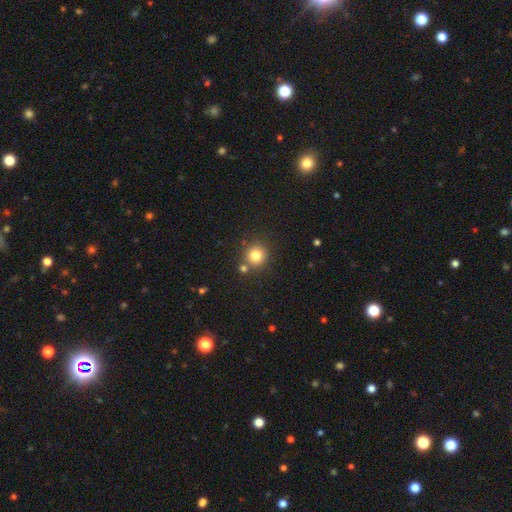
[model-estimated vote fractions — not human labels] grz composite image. It shows a smooth galaxy with no disk features (81%) that is round (93%). Merging: none (78%).